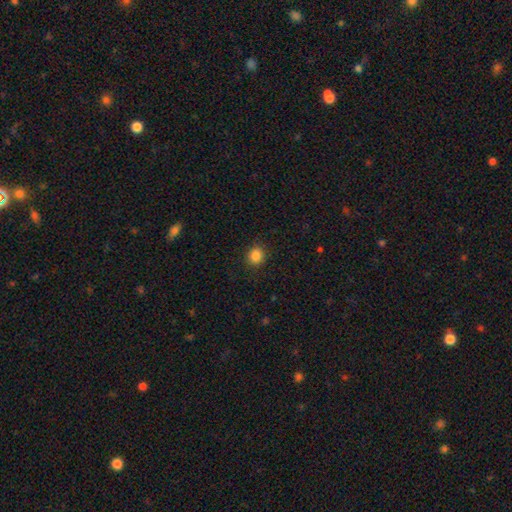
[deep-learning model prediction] A smooth galaxy with no disk features (86%) that is round (76%).

Vote fractions:
- Smooth or featured? smooth: 86% / star or artifact: 11% / featured or disk: 4%
- How rounded? round: 76% / in between: 23% / cigar-shaped: 1%
- Merging? none: 89% / minor disturbance: 7% / major disturbance: 2% / merger: 1%